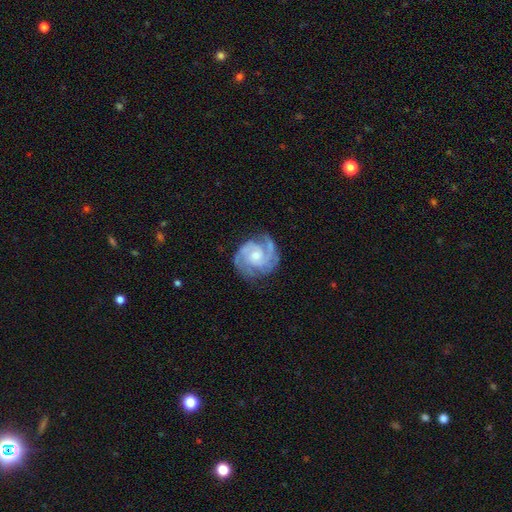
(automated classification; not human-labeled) Smooth or featured: featured or disk — 89% (smooth — 7%)
Edge-on disk: no — 98% (yes — 2%)
Bar: no — 67% (weak — 28%)
Spiral arms: yes — 98% (no — 2%)
Spiral winding: tight — 56% (medium — 37%)
Spiral arm count: 2 — 46% (3 — 27%)
Bulge size: moderate — 51% (small — 40%)
Merging: none — 74% (minor disturbance — 17%)